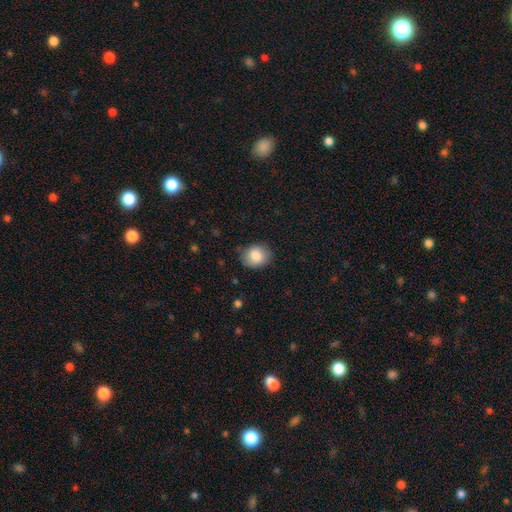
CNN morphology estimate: Smooth or featured?
  - smooth: 84% *
  - star or artifact: 8%
  - featured or disk: 8%
How rounded?
  - round: 61% *
  - in between: 38%
  - cigar-shaped: 1%
Merging?
  - none: 82% *
  - minor disturbance: 14%
  - major disturbance: 3%
  - merger: 1%